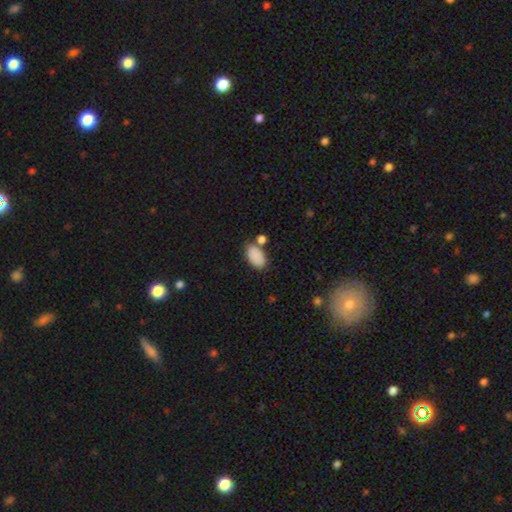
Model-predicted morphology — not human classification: Overall: smooth (88%). How rounded: in between (93%). Merging: none (69%).